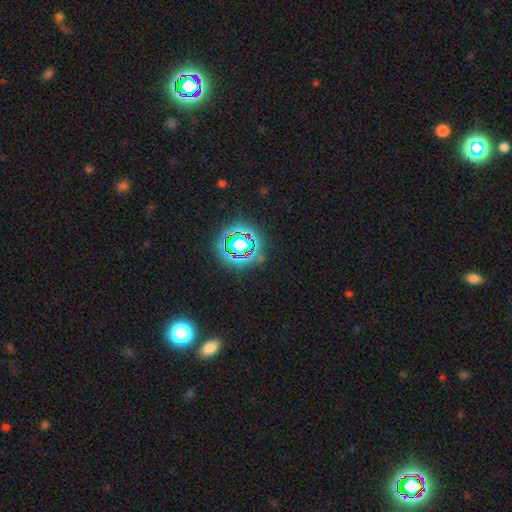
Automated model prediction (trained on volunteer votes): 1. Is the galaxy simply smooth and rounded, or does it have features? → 76% star or artifact, 16% smooth, 7% featured or disk.